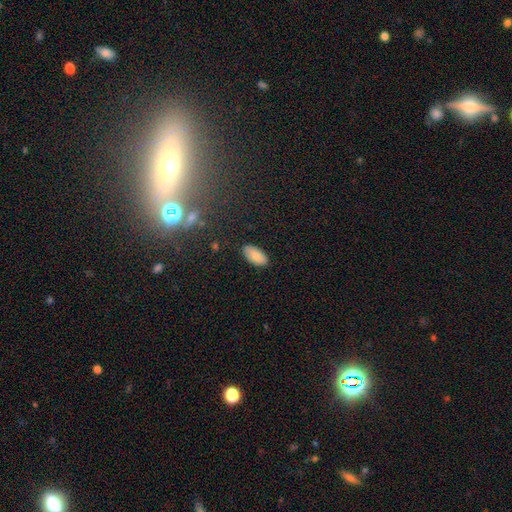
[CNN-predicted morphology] Smooth or featured?
  - smooth: 84% *
  - featured or disk: 8%
  - star or artifact: 8%
How rounded?
  - in between: 94% *
  - cigar-shaped: 3%
  - round: 2%
Merging?
  - none: 86% *
  - minor disturbance: 11%
  - major disturbance: 2%
  - merger: 1%